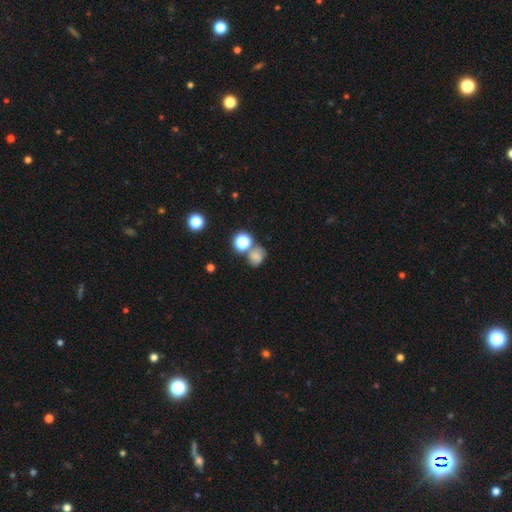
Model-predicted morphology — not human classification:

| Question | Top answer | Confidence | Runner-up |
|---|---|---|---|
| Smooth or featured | smooth | 68% | star or artifact (20%) |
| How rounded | round | 63% | in between (36%) |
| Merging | none | 52% | merger (25%) |